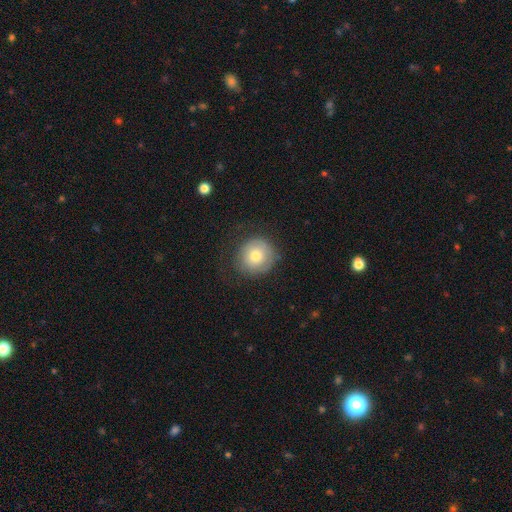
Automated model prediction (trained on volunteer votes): Smooth or featured: smooth — 70% (featured or disk — 22%)
How rounded: round — 91% (in between — 8%)
Merging: none — 73% (minor disturbance — 17%)